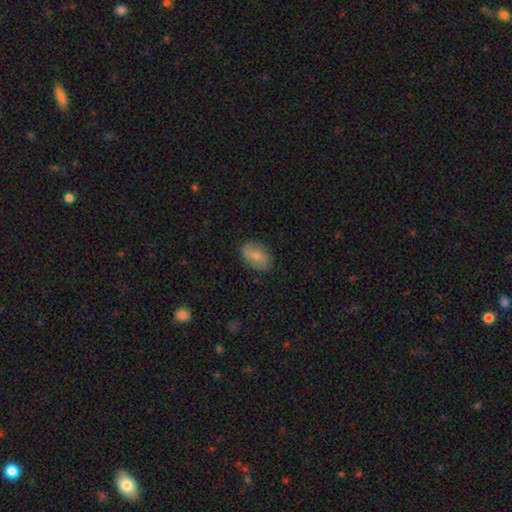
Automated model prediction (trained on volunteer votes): smooth-or-featured: smooth: 62% | featured or disk: 30% | star or artifact: 7%
  how-rounded: in between: 87% | round: 12% | cigar-shaped: 2%
  merging: none: 78% | minor disturbance: 17% | major disturbance: 4% | merger: 1%